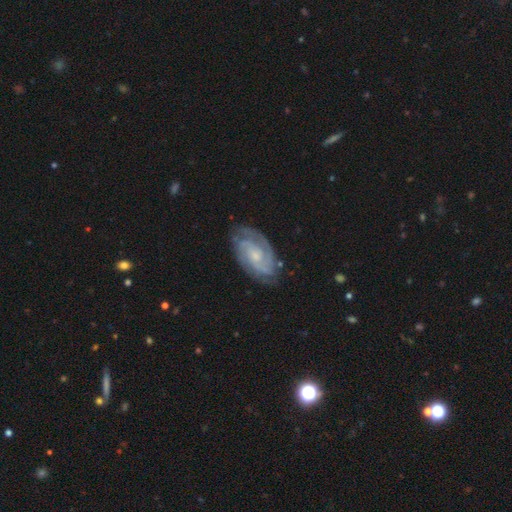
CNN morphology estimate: Smooth or featured?
  - featured or disk: 87% *
  - smooth: 9%
  - star or artifact: 5%
Edge-on disk?
  - no: 97% *
  - yes: 3%
Bar?
  - no: 59% *
  - weak: 35%
  - strong: 6%
Spiral arms?
  - yes: 97% *
  - no: 3%
Spiral winding?
  - tight: 61% *
  - medium: 33%
  - loose: 6%
Spiral arm count?
  - 2: 58% *
  - 3: 17%
  - can't tell: 15%
  - 4: 4%
  - 1: 4%
  - more than 4: 3%
Bulge size?
  - small: 59% *
  - moderate: 29%
  - none: 9%
  - large: 2%
  - dominant: 1%
Merging?
  - none: 76% *
  - minor disturbance: 17%
  - major disturbance: 5%
  - merger: 1%